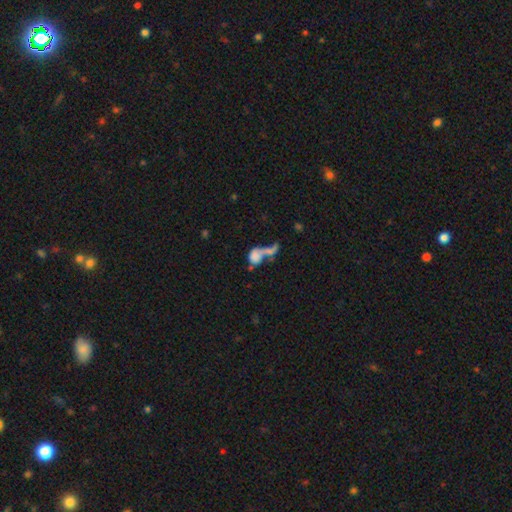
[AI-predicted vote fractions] Q: Smooth or featured?
A: smooth (60%); runner-up: featured or disk (28%)
Q: How rounded?
A: in between (64%); runner-up: round (30%)
Q: Merging?
A: merger (62%); runner-up: major disturbance (17%)